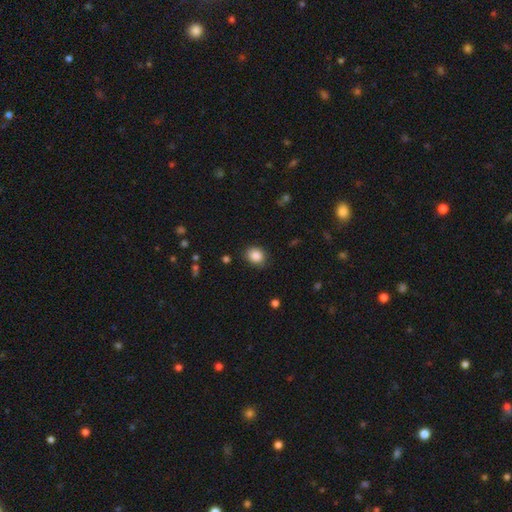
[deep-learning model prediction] A smooth galaxy with no disk features (87%) that is round (61%).

Vote fractions:
- Smooth or featured? smooth: 87% / star or artifact: 9% / featured or disk: 4%
- How rounded? round: 61% / in between: 38% / cigar-shaped: 1%
- Merging? none: 85% / minor disturbance: 11% / major disturbance: 3% / merger: 1%